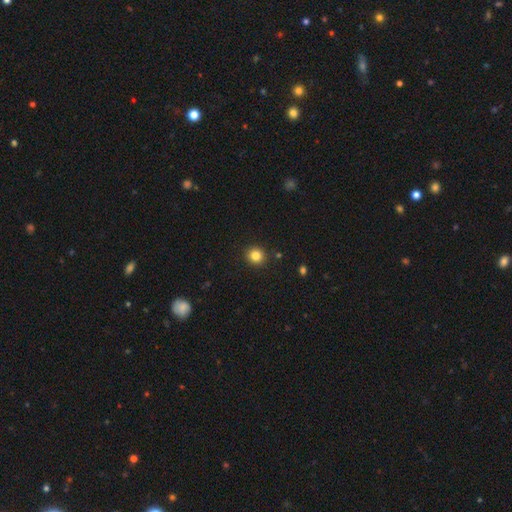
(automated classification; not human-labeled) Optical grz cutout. It shows a smooth galaxy with no disk features (83%) that is round (89%). Merging: none (91%).